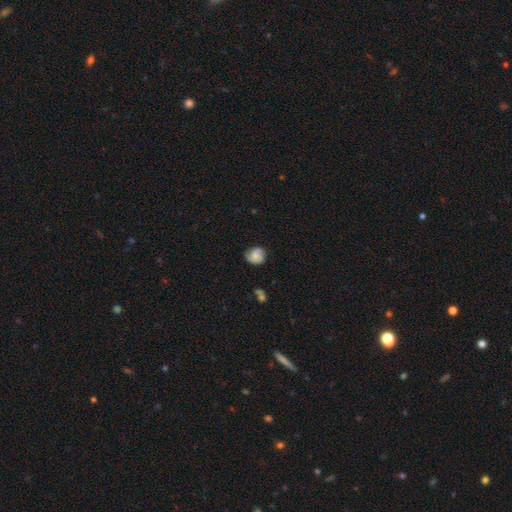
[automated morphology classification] The model was most divided on "smooth or featured": smooth: 47%, featured or disk: 45%, star or artifact: 8%. More confident: merging — none (68%).